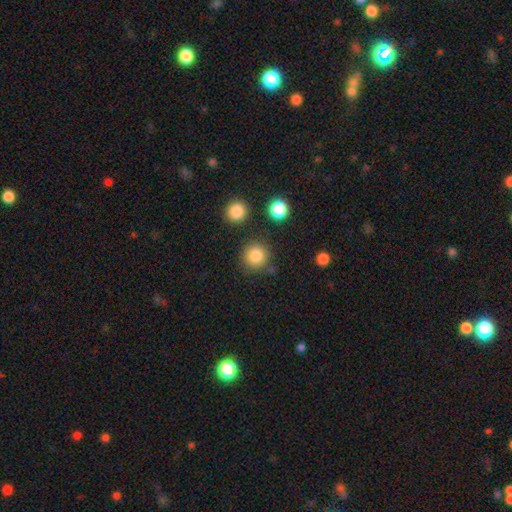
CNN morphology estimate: smooth-or-featured: smooth: 84% | star or artifact: 11% | featured or disk: 6%
  how-rounded: round: 93% | in between: 6% | cigar-shaped: 1%
  merging: none: 82% | minor disturbance: 9% | merger: 6% | major disturbance: 3%